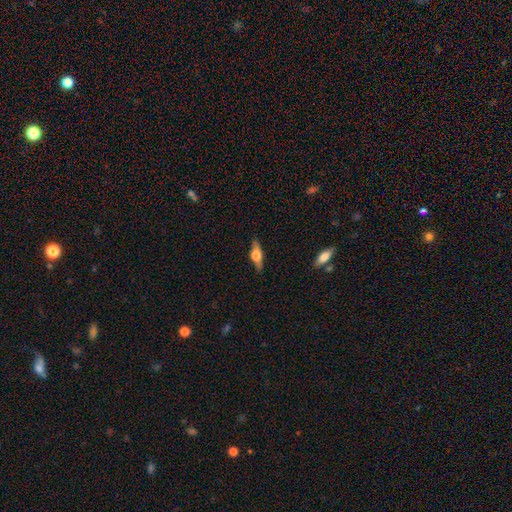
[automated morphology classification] This is possibly a featured or disk galaxy (60%). It is clearly viewed edge-on (94%). Edge-on bulge: clearly rounded (95%). Merging: clearly none (87%).